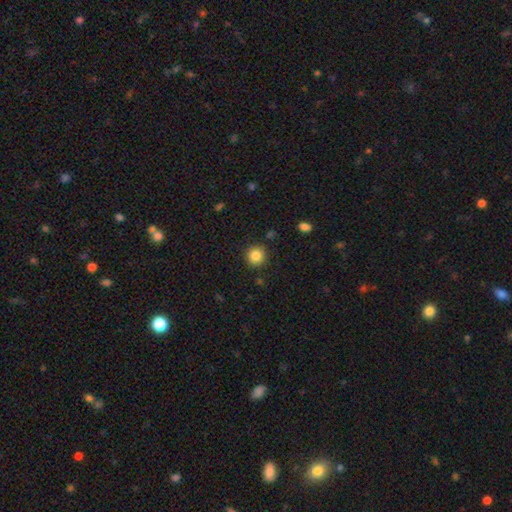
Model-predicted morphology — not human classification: Smooth or featured?
  - smooth: 85% *
  - star or artifact: 10%
  - featured or disk: 5%
How rounded?
  - round: 93% *
  - in between: 6%
  - cigar-shaped: 1%
Merging?
  - none: 90% *
  - minor disturbance: 6%
  - major disturbance: 2%
  - merger: 2%